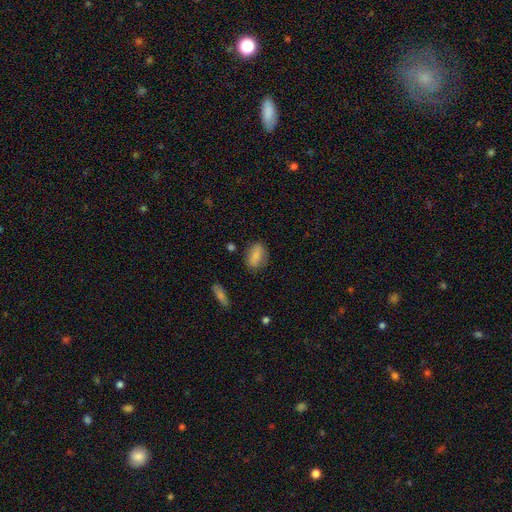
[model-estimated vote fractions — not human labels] smooth 81%, featured or disk 11%, star or artifact 8%. Down the decision tree: how rounded — in between (82%); merging — none (78%).